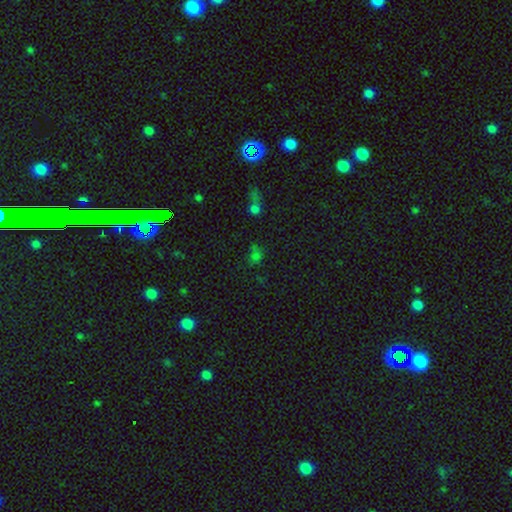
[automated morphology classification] smooth_or_featured: smooth (p=0.51) [alt: star or artifact p=0.41]
how_rounded: round (p=0.67) [alt: in between p=0.31]
merging: none (p=0.57) [alt: merger p=0.17]